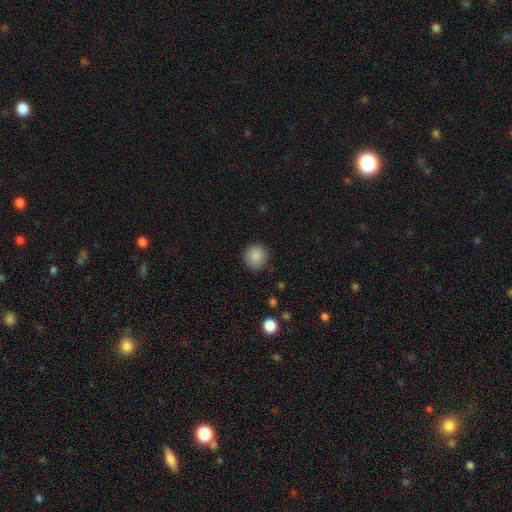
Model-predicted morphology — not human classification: smooth 88%, star or artifact 9%, featured or disk 4%. Down the decision tree: how rounded — round (91%); merging — none (88%).